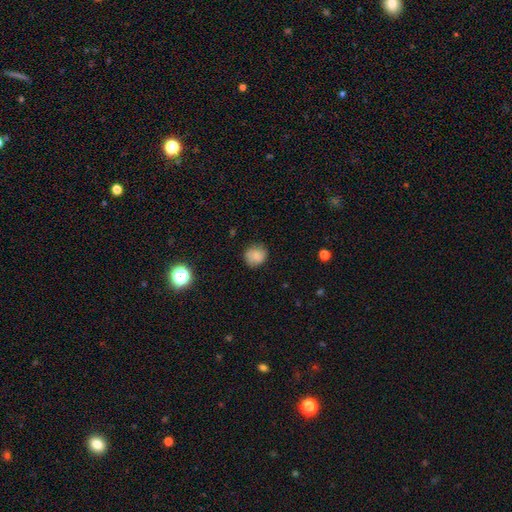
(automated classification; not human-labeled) Morphology: type=smooth (81%); roundness=round (81%); merging=none (78%).